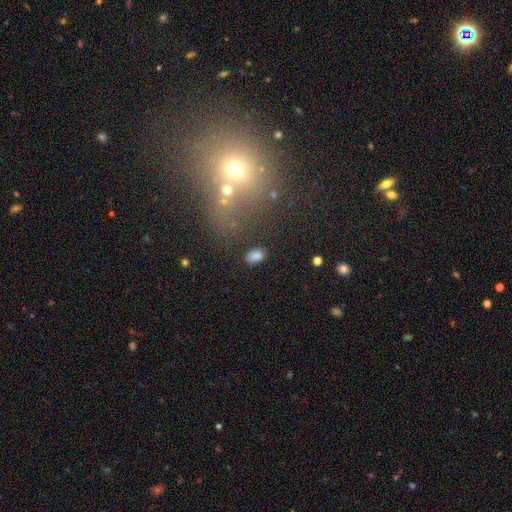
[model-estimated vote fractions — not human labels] smooth 81%, star or artifact 12%, featured or disk 7%. Down the decision tree: how rounded — in between (88%); merging — none (83%).